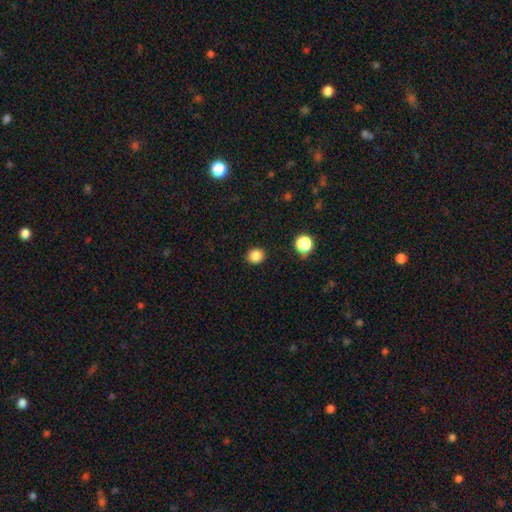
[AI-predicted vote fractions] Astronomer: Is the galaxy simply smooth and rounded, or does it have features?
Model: smooth — 85%.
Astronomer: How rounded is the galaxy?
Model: round — 86%.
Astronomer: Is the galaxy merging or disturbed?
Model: none — 90%.